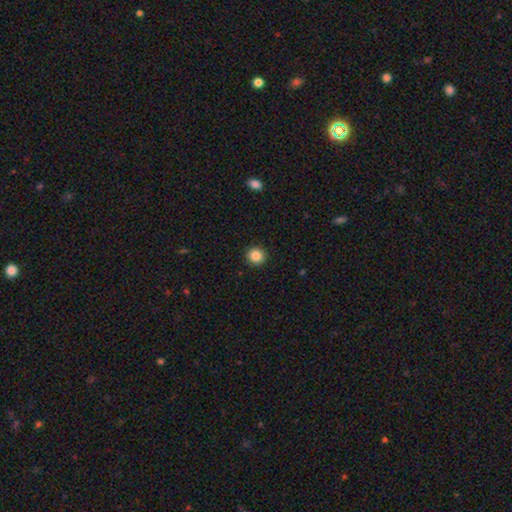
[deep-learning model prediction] Overall: smooth (87%). How rounded: round (93%). Merging: none (93%).